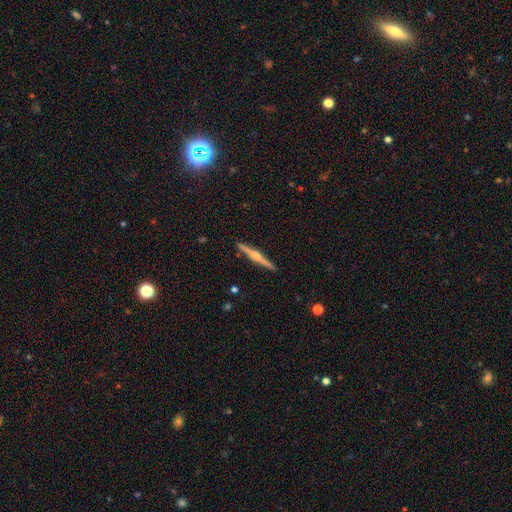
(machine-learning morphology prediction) Smooth or featured: featured or disk — 77% (smooth — 18%)
Edge-on disk: yes — 98% (no — 2%)
Edge-on bulge: rounded — 88% (boxy — 7%)
Merging: none — 92% (minor disturbance — 6%)